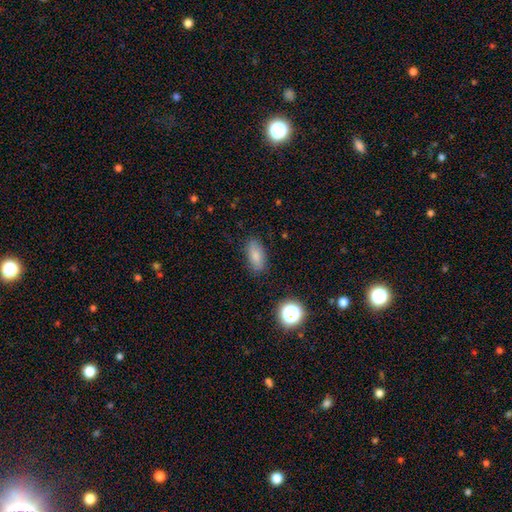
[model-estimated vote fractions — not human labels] Smooth or featured? Predicted: smooth (p=0.80). How rounded? Predicted: in between (p=0.87). Merging? Predicted: none (p=0.83).